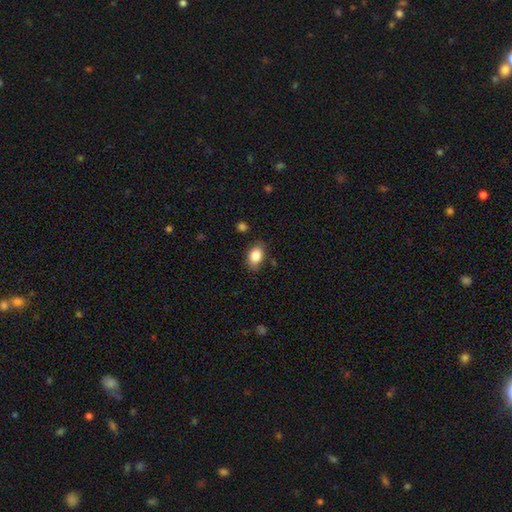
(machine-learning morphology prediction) Smooth or featured? Predicted: smooth (p=0.86). How rounded? Predicted: in between (p=0.83). Merging? Predicted: none (p=0.81).